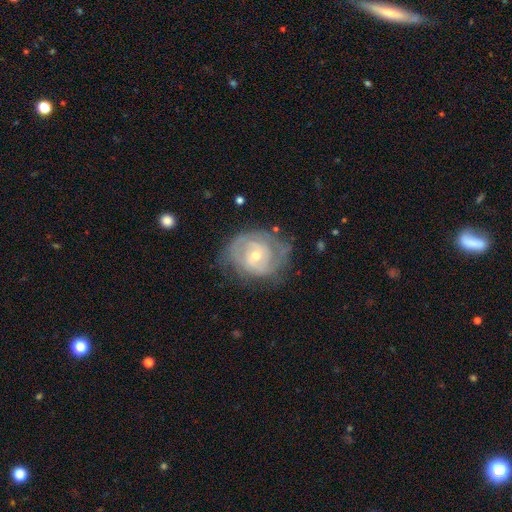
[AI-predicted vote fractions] smooth_or_featured: featured or disk (p=0.76) [alt: smooth p=0.18]
disk_edge_on: no (p=0.97) [alt: yes p=0.03]
bar: no (p=0.61) [alt: weak p=0.32]
has_spiral_arms: yes (p=0.82) [alt: no p=0.18]
spiral_winding: tight (p=0.58) [alt: medium p=0.32]
spiral_arm_count: 2 (p=0.45) [alt: can't tell p=0.35]
bulge_size: small (p=0.55) [alt: moderate p=0.41]
merging: none (p=0.63) [alt: minor disturbance p=0.23]